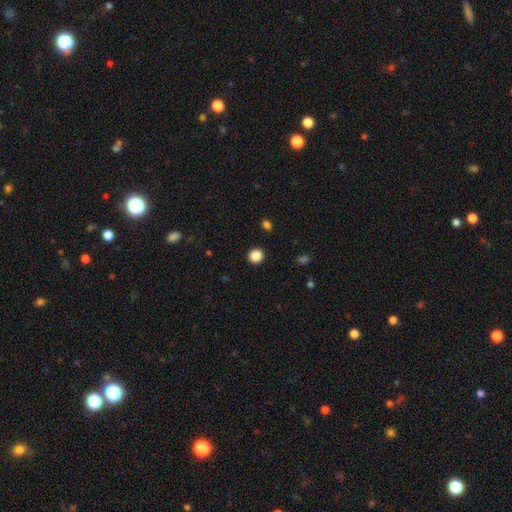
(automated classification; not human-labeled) smooth-or-featured: smooth: 87% | star or artifact: 10% | featured or disk: 3%
  how-rounded: round: 90% | in between: 9% | cigar-shaped: 1%
  merging: none: 93% | minor disturbance: 5% | major disturbance: 2% | merger: 1%